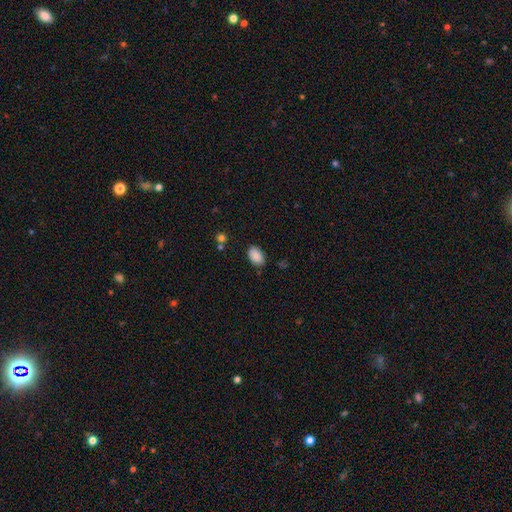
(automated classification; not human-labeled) This is clearly a smooth galaxy (88%). How rounded: clearly in between (91%). Merging: clearly none (81%).